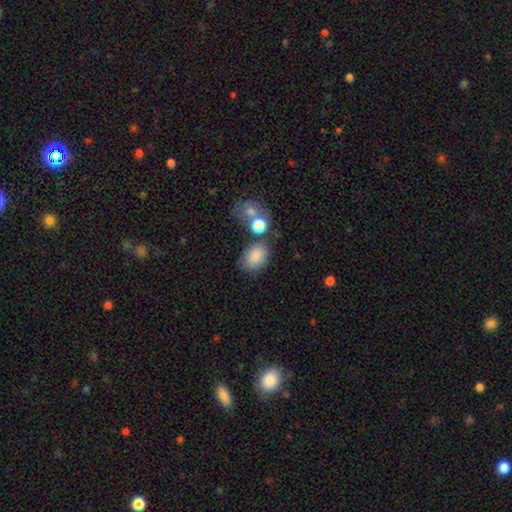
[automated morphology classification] smooth_or_featured: smooth (p=0.85) [alt: star or artifact p=0.09]
how_rounded: in between (p=0.79) [alt: round p=0.20]
merging: none (p=0.66) [alt: minor disturbance p=0.15]